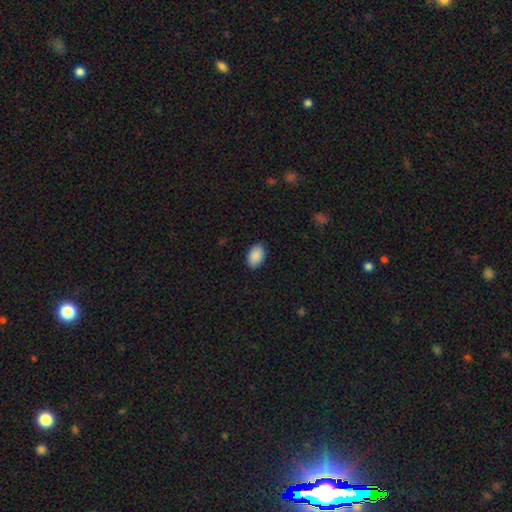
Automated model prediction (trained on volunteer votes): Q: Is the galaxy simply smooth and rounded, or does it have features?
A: smooth — 91%.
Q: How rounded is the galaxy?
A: in between — 91%.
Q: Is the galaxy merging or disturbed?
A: none — 88%.